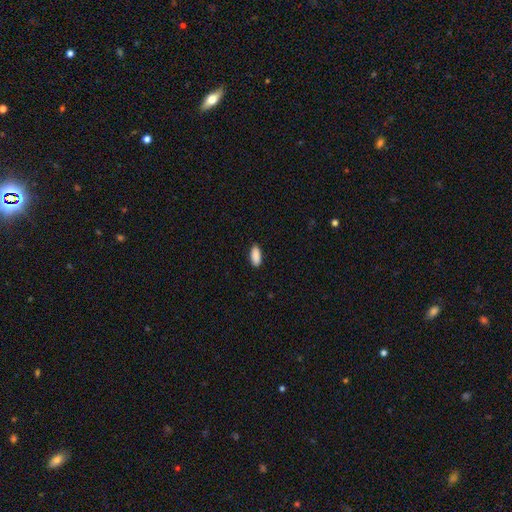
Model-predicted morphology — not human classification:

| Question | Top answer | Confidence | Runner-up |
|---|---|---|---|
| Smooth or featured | smooth | 90% | star or artifact (7%) |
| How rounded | in between | 88% | cigar-shaped (10%) |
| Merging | none | 88% | minor disturbance (9%) |